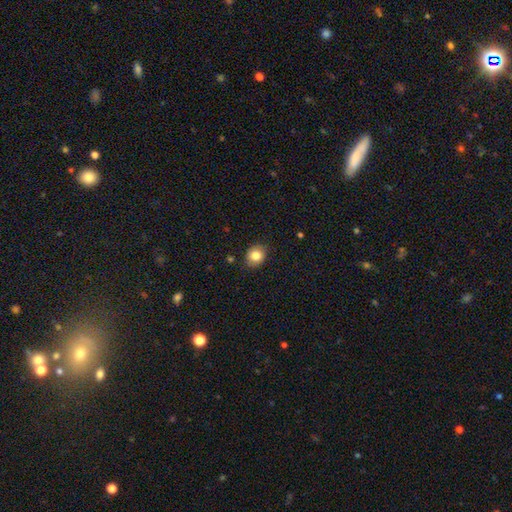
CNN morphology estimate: Smooth or featured? Predicted: smooth (p=0.82). How rounded? Predicted: round (p=0.64). Merging? Predicted: none (p=0.86).